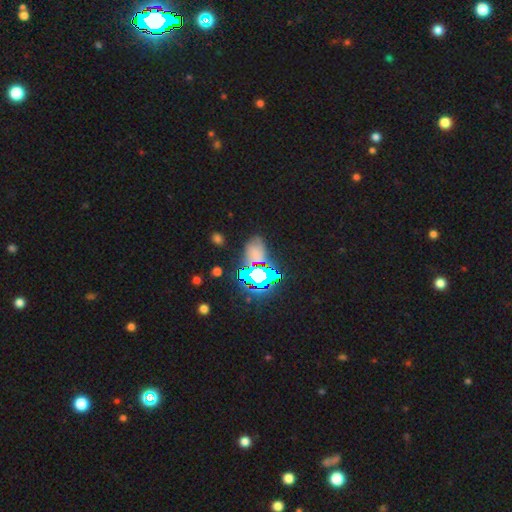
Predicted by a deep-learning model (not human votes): Morphology: type=star or artifact (48%).